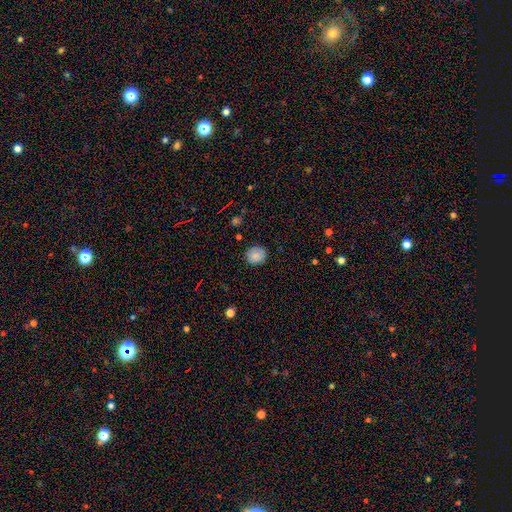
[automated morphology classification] This is clearly a smooth galaxy (83%). How rounded: clearly round (81%). Merging: clearly none (84%).